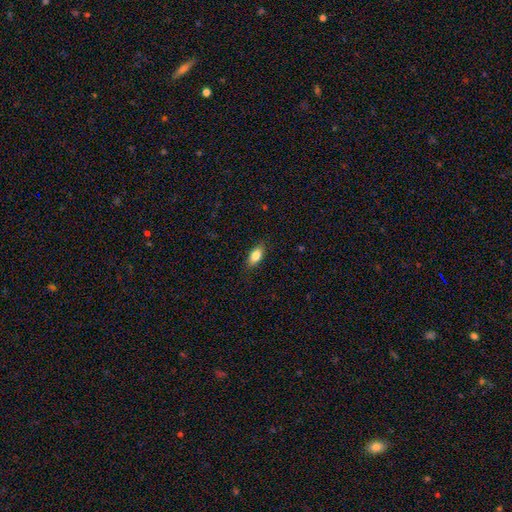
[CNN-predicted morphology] The model was most divided on "smooth or featured": smooth: 82%, featured or disk: 11%, star or artifact: 7%. More confident: how rounded — in between (86%); merging — none (85%).